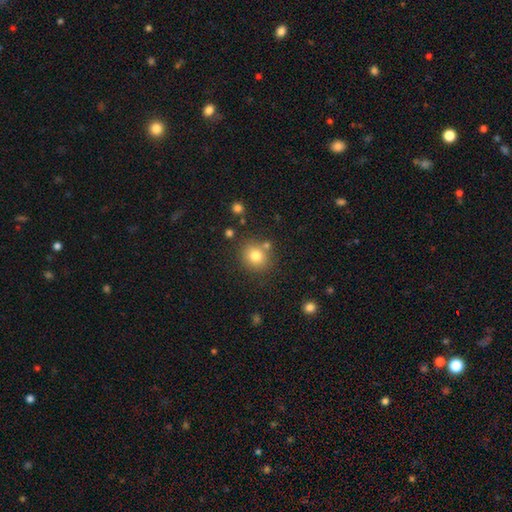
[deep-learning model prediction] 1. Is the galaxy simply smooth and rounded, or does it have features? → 78% smooth, 12% star or artifact, 9% featured or disk.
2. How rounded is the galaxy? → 81% round, 19% in between, 1% cigar-shaped.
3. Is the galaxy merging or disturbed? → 76% none, 10% minor disturbance, 10% merger, 3% major disturbance.